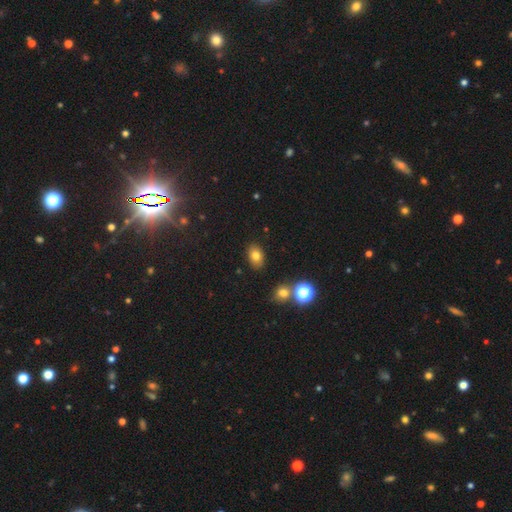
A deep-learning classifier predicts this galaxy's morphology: This appears to be a smooth galaxy with no disk features (77%) that is in between round and cigar-shaped (78%). Merging: none (86%).